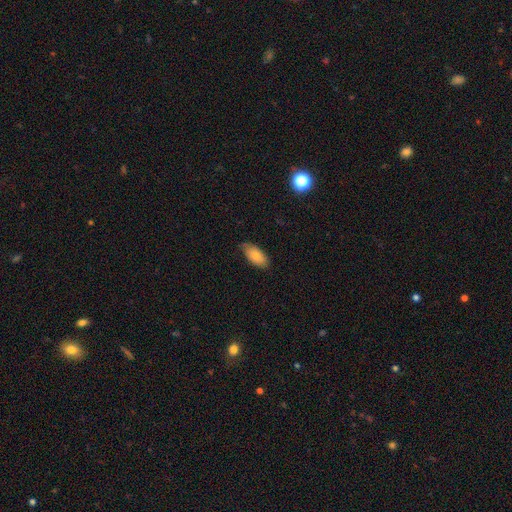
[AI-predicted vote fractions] Q: Smooth or featured?
A: smooth (78%); runner-up: featured or disk (16%)
Q: How rounded?
A: in between (92%); runner-up: cigar-shaped (5%)
Q: Merging?
A: none (71%); runner-up: minor disturbance (24%)